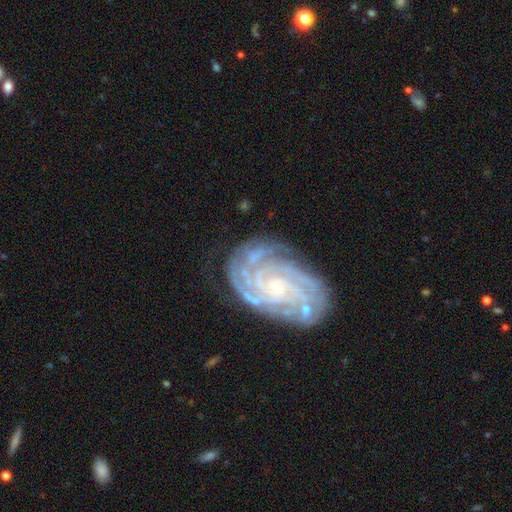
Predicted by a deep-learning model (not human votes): This appears to be a featured or disk galaxy (90%) with no bar (73%), 4 (30%) tight (76%) spiral arms (98%) and a small central bulge (81%). Merging: none (71%).